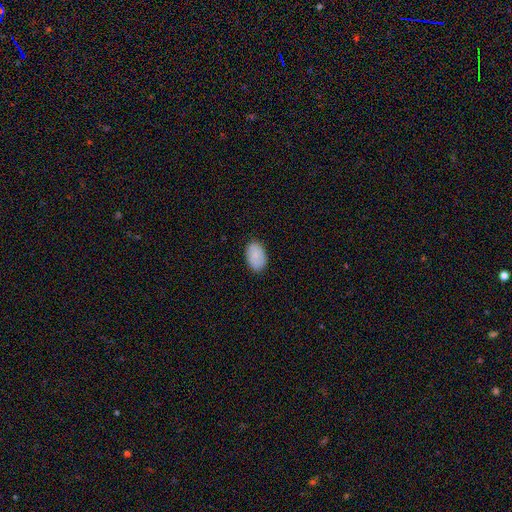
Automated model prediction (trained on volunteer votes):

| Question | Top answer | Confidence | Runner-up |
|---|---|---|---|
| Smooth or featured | smooth | 86% | featured or disk (8%) |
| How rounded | in between | 91% | round (8%) |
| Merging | none | 86% | minor disturbance (10%) |